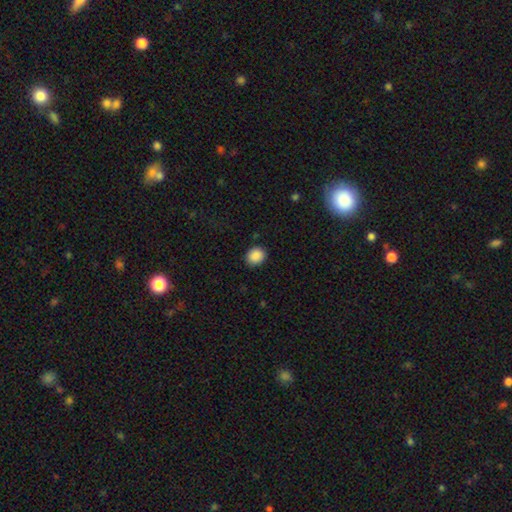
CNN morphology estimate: The model was most divided on "how rounded": round: 71%, in between: 28%, cigar-shaped: 1%. More confident: merging — none (88%); smooth or featured — smooth (88%).